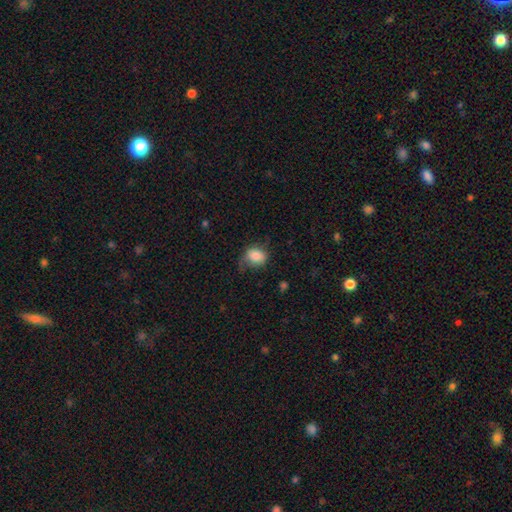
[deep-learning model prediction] A smooth galaxy with no disk features (79%) that is round (50%). Merging: none (50%).